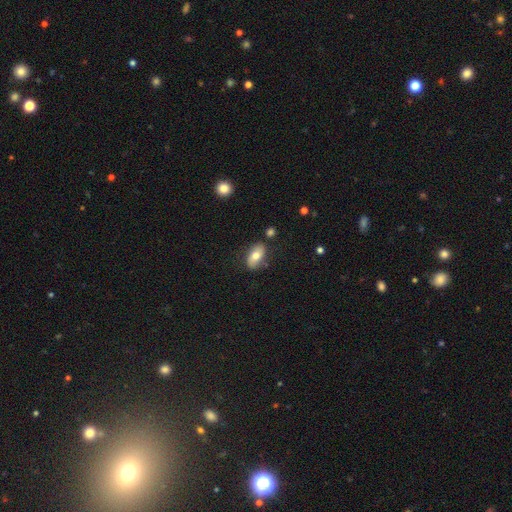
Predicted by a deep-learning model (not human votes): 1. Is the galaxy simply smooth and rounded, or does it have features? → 70% smooth, 23% featured or disk, 7% star or artifact.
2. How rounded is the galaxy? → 91% in between, 4% round, 4% cigar-shaped.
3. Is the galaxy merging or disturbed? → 77% none, 16% minor disturbance, 4% major disturbance, 4% merger.